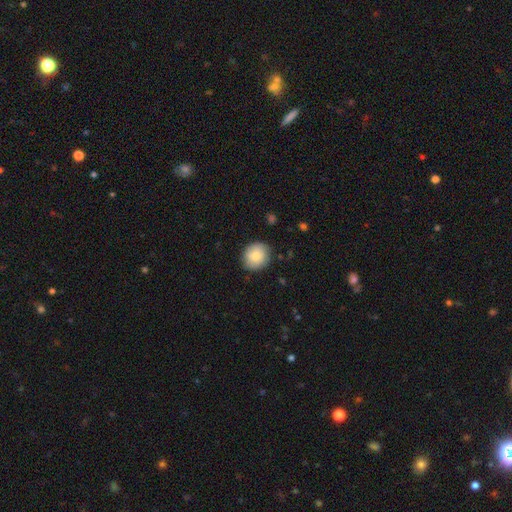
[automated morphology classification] This is clearly a smooth galaxy (80%). How rounded: clearly round (80%). Merging: clearly none (84%).